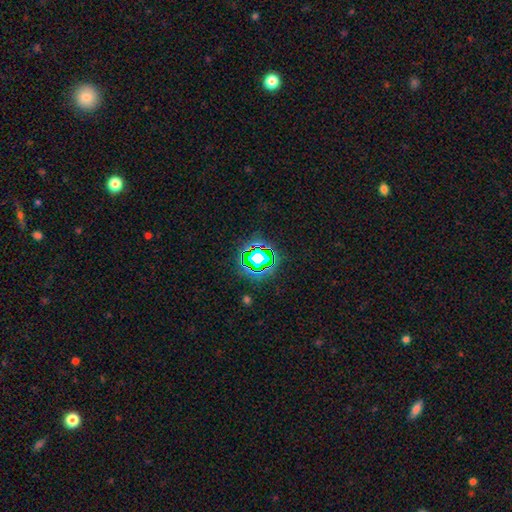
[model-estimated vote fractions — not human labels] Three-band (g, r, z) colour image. It shows a star or artifact, not a galaxy (77%).